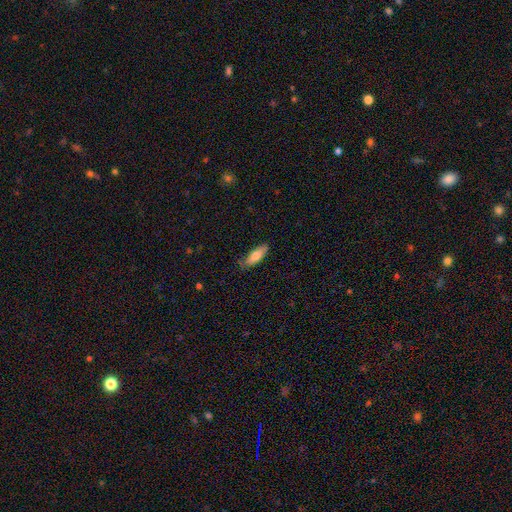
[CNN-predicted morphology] type=smooth (72%); roundness=in between (55%); merging=none (77%).